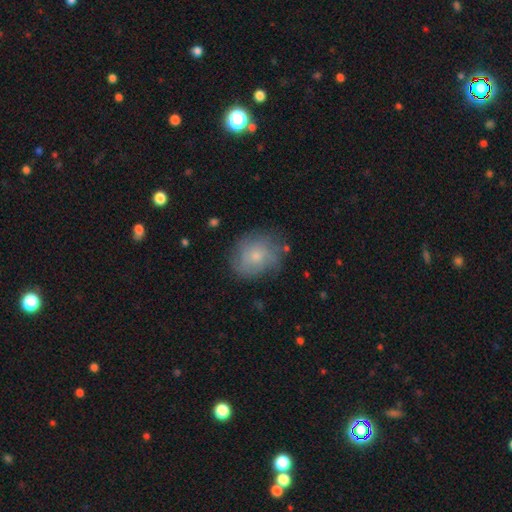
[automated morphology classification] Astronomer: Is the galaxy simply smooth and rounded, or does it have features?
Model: smooth — 56% (runner-up: featured or disk, 35%).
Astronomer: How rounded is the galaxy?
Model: round — 63%.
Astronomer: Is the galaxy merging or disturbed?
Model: none — 69%.